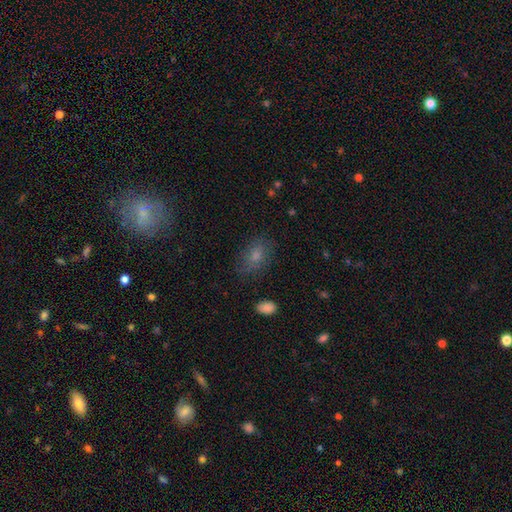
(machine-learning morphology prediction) Q: Smooth or featured?
A: smooth (73%); runner-up: featured or disk (15%)
Q: How rounded?
A: in between (81%); runner-up: round (17%)
Q: Merging?
A: none (75%); runner-up: minor disturbance (17%)